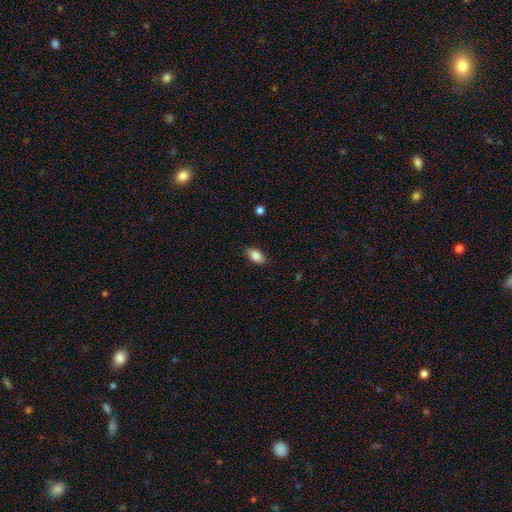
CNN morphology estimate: smooth 87%, star or artifact 7%, featured or disk 6%. Down the decision tree: how rounded — in between (91%); merging — none (87%).